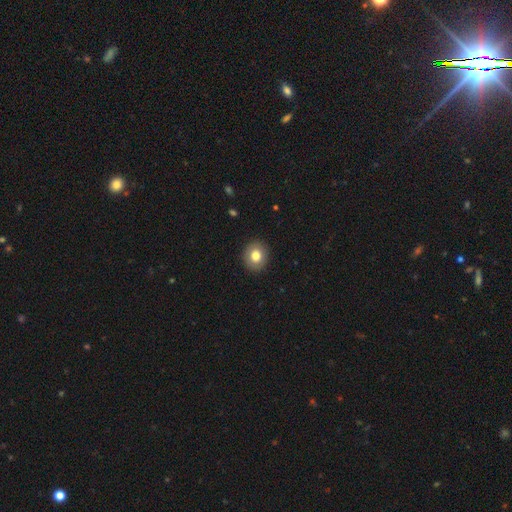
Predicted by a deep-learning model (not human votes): Overall: smooth (79%). How rounded: round (75%). Merging: none (91%).